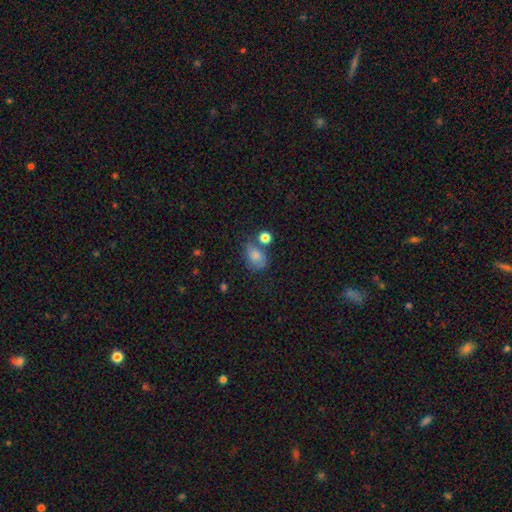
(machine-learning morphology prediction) Smooth or featured? Predicted: smooth (p=0.79). How rounded? Predicted: in between (p=0.76). Merging? Predicted: none (p=0.43).